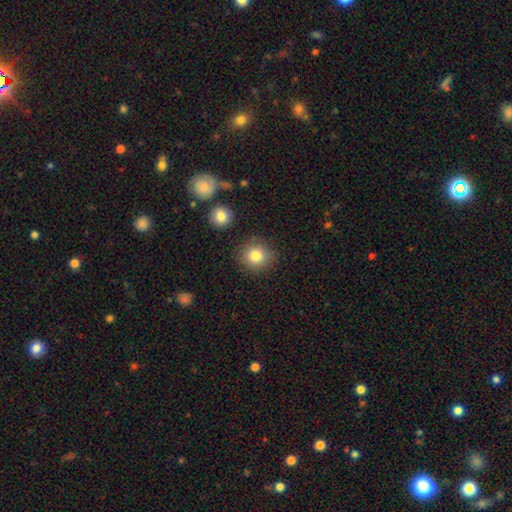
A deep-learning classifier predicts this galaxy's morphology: smooth-or-featured: smooth: 82% | star or artifact: 10% | featured or disk: 8%
  how-rounded: round: 88% | in between: 11% | cigar-shaped: 1%
  merging: none: 85% | minor disturbance: 8% | merger: 3% | major disturbance: 3%